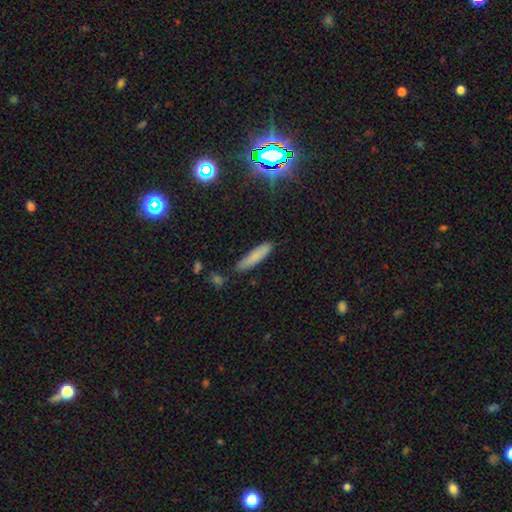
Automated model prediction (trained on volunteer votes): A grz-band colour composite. It shows a smooth galaxy with no disk features (75%) that is cigar-shaped (82%). Merging: none (84%).